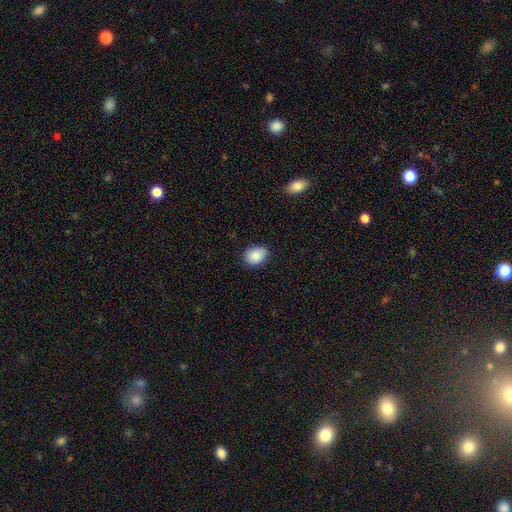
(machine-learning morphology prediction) Smooth or featured? smooth (88%)
How rounded? in between (62%)
Merging? none (80%)